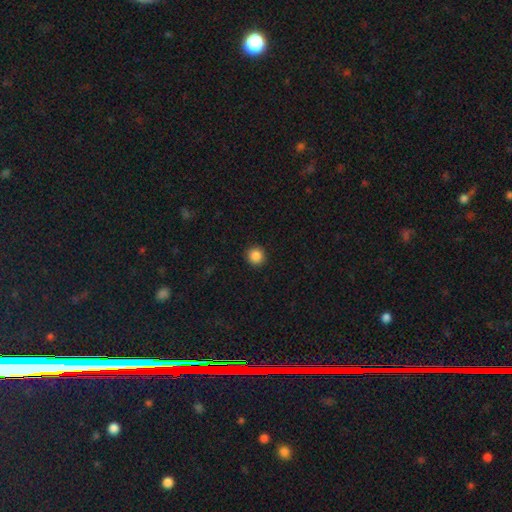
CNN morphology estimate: smooth_or_featured: smooth (p=0.87) [alt: star or artifact p=0.10]
how_rounded: round (p=0.95) [alt: in between p=0.04]
merging: none (p=0.93) [alt: minor disturbance p=0.05]